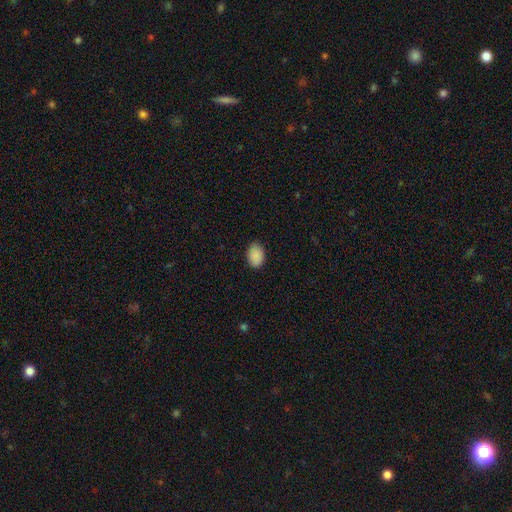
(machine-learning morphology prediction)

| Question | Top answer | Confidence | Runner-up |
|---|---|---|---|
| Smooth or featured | smooth | 90% | star or artifact (7%) |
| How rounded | in between | 83% | round (16%) |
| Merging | none | 86% | minor disturbance (11%) |